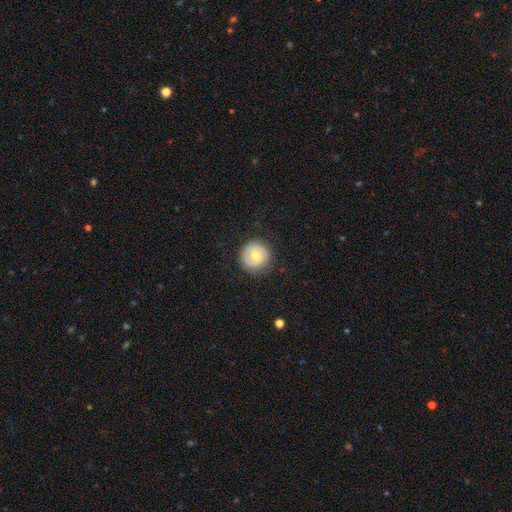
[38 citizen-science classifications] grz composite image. It shows a smooth galaxy with no disk features (50%, tied with featured or disk) that is round (95%). Merging: none (87%).